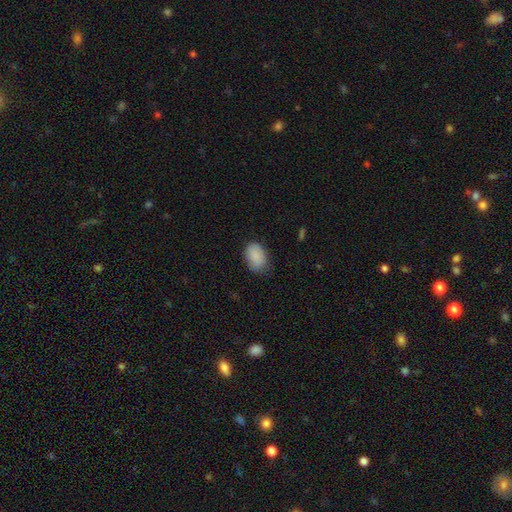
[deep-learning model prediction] Overall: smooth (89%). How rounded: in between (84%). Merging: none (75%).